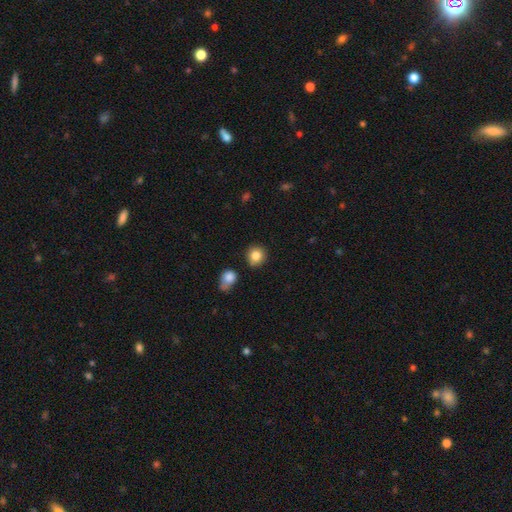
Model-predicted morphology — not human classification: The model was most divided on "smooth or featured": smooth: 84%, star or artifact: 10%, featured or disk: 7%. More confident: how rounded — round (88%); merging — none (85%).